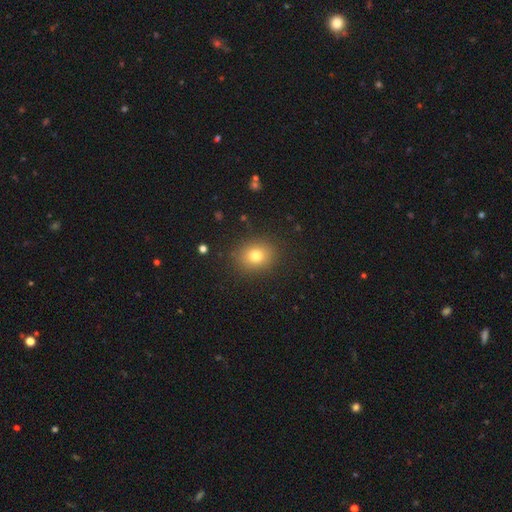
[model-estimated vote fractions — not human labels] smooth 78%, star or artifact 13%, featured or disk 10%. Down the decision tree: how rounded — round (62%); merging — none (88%).